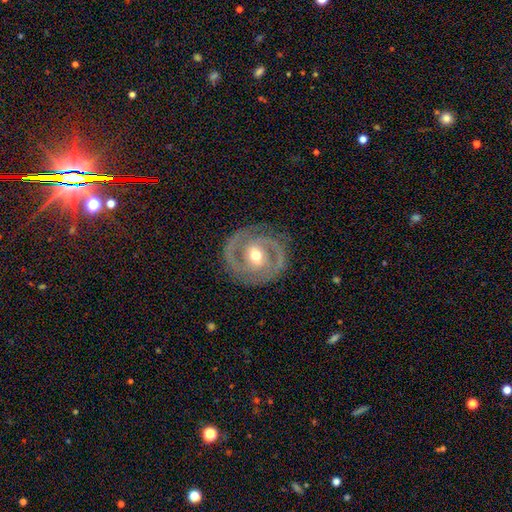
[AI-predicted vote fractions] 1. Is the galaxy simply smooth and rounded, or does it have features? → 88% featured or disk, 8% smooth, 5% star or artifact.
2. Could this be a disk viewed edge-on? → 97% no, 3% yes.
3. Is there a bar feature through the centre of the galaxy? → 45% weak, 30% no, 25% strong.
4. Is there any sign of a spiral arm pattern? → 93% yes, 7% no.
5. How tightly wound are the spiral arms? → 49% tight, 42% medium, 9% loose.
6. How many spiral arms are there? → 86% 2, 5% can't tell, 4% 3, 2% 1, 1% 4, 1% more than 4.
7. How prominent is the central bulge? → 71% moderate, 22% small, 5% large, 1% dominant, 1% none.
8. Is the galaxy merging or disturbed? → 84% none, 11% minor disturbance, 4% major disturbance, 1% merger.